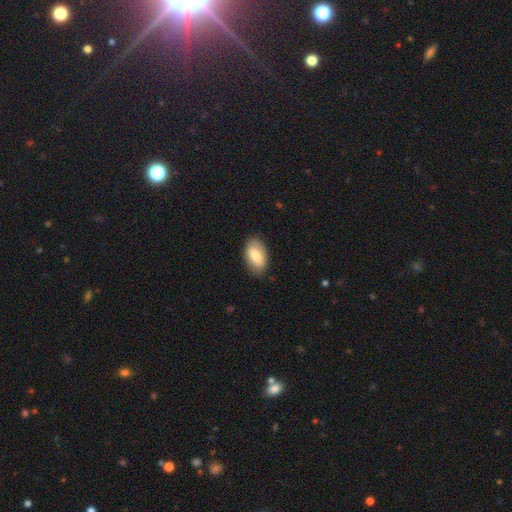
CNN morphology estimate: A smooth galaxy with no disk features (78%) that is in between round and cigar-shaped (93%). Merging: none (82%).